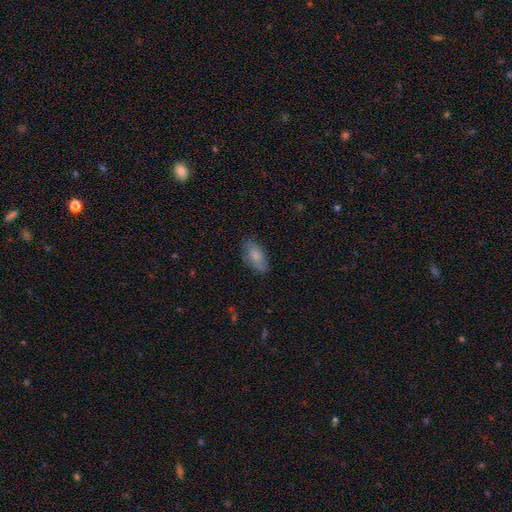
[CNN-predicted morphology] This appears to be a smooth galaxy with no disk features (75%) that is in between round and cigar-shaped (89%). Merging: none (77%).